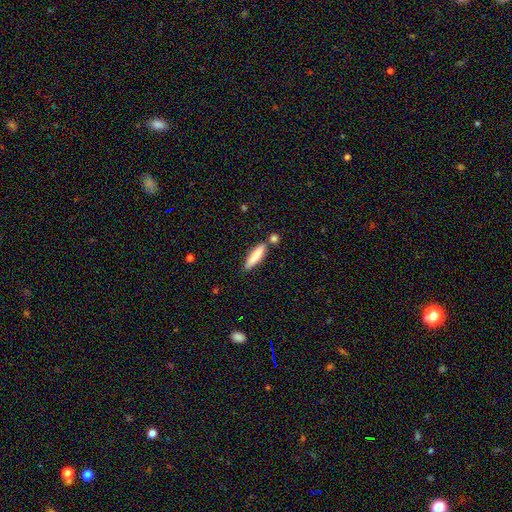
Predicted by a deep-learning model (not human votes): A smooth galaxy with no disk features (81%) that is cigar-shaped (78%). Merging: none (75%).